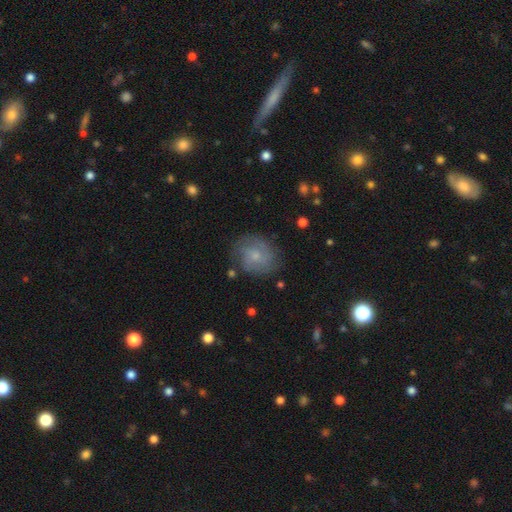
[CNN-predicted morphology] smooth-or-featured: featured or disk: 52% | smooth: 39% | star or artifact: 9%
  disk-edge-on: no: 97% | yes: 3%
    bar: no: 76% | weak: 22% | strong: 3%
    has-spiral-arms: yes: 81% | no: 19%
    bulge-size: small: 64% | moderate: 28% | none: 5% | large: 2% | dominant: 1%
  merging: none: 72% | minor disturbance: 19% | major disturbance: 7% | merger: 2%